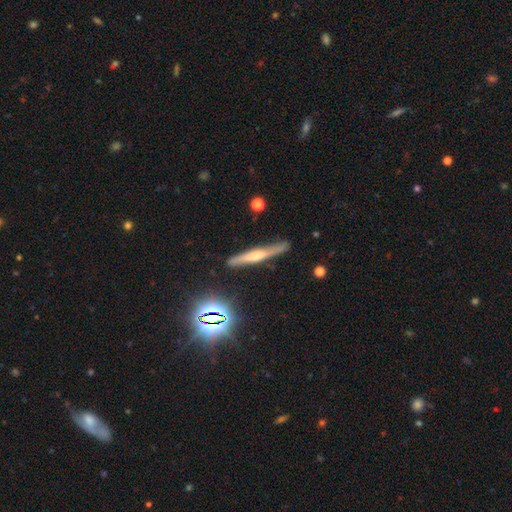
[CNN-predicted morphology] Q: Smooth or featured?
A: featured or disk (58%); runner-up: smooth (29%)
Q: Edge-on disk?
A: yes (95%); runner-up: no (5%)
Q: Edge-on bulge?
A: rounded (69%); runner-up: none (17%)
Q: Merging?
A: none (84%); runner-up: minor disturbance (11%)